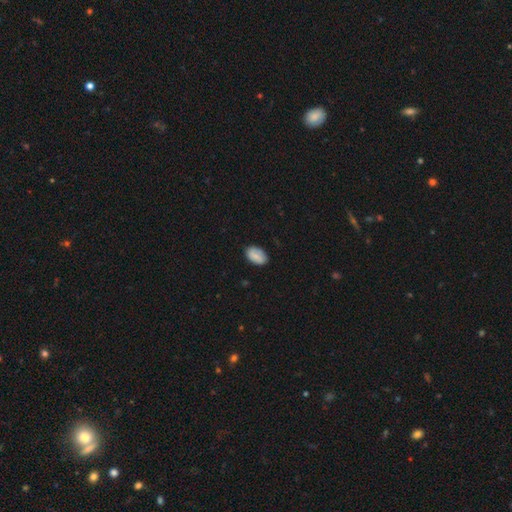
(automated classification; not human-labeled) Morphology: type=smooth (75%); roundness=in between (91%); merging=none (80%).